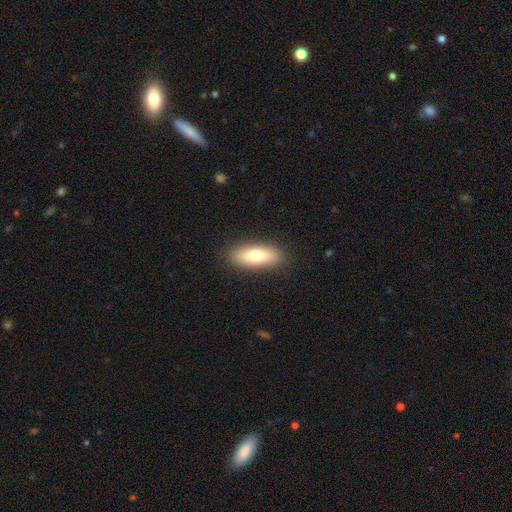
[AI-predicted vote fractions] smooth_or_featured: smooth (p=0.73) [alt: featured or disk p=0.20]
how_rounded: in between (p=0.68) [alt: cigar-shaped p=0.29]
merging: none (p=0.88) [alt: minor disturbance p=0.09]